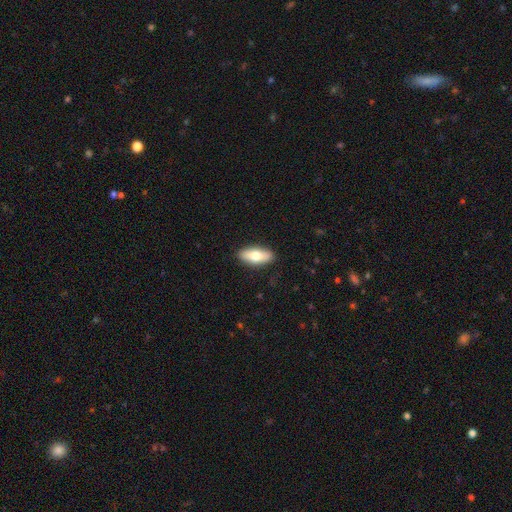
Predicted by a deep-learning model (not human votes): Smooth or featured: smooth — 69% (featured or disk — 25%)
How rounded: in between — 79% (cigar-shaped — 18%)
Merging: none — 89% (minor disturbance — 8%)